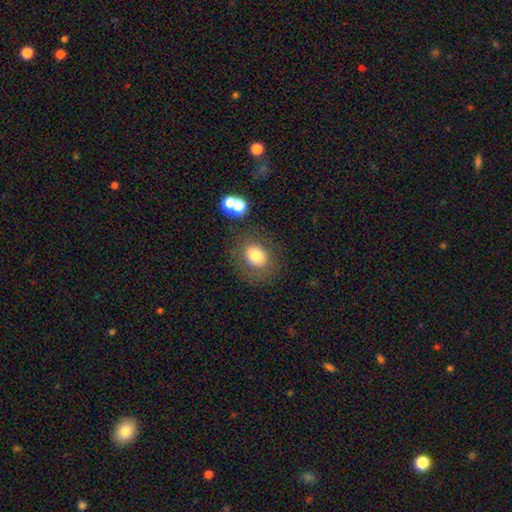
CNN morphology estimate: smooth_or_featured: smooth (p=0.76) [alt: featured or disk p=0.12]
how_rounded: round (p=0.64) [alt: in between p=0.35]
merging: none (p=0.77) [alt: minor disturbance p=0.12]